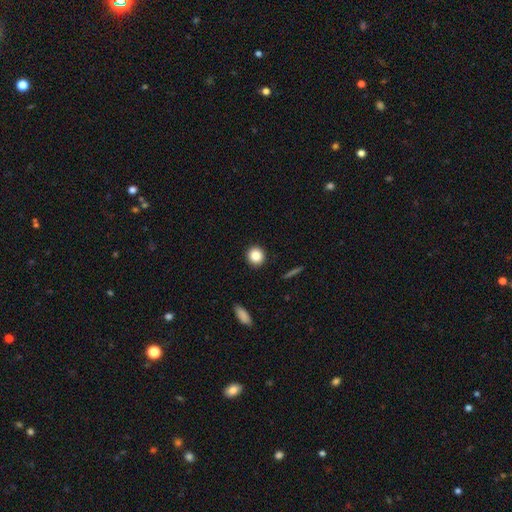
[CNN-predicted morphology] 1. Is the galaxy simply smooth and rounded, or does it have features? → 84% smooth, 10% star or artifact, 6% featured or disk.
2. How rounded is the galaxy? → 91% round, 8% in between, 1% cigar-shaped.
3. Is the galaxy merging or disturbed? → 92% none, 5% minor disturbance, 2% major disturbance, 1% merger.